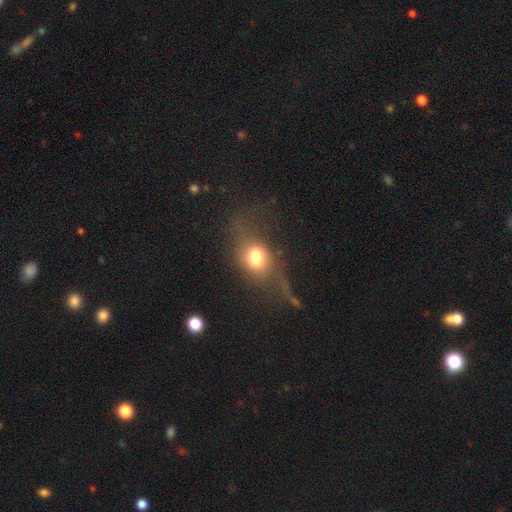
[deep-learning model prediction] smooth-or-featured: smooth: 58% | featured or disk: 30% | star or artifact: 12%
  how-rounded: in between: 59% | round: 37% | cigar-shaped: 4%
  merging: none: 38% | major disturbance: 28% | minor disturbance: 20% | merger: 14%